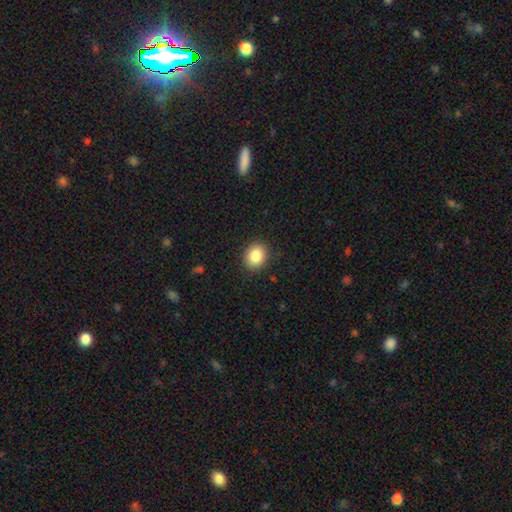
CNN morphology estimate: Smooth or featured? Predicted: smooth (p=0.85). How rounded? Predicted: round (p=0.63). Merging? Predicted: none (p=0.89).